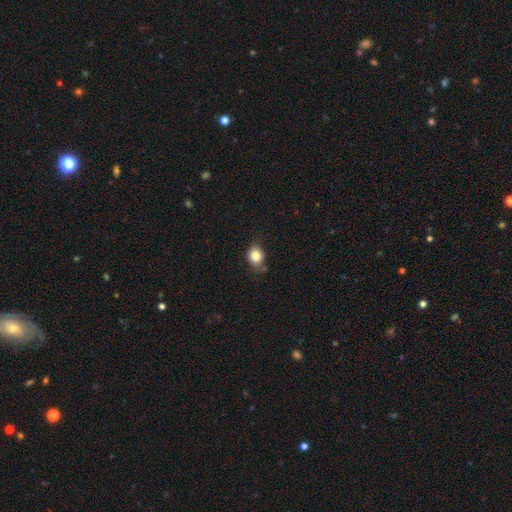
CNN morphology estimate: smooth 81%, star or artifact 10%, featured or disk 9%. Down the decision tree: how rounded — round (55%); merging — none (69%).